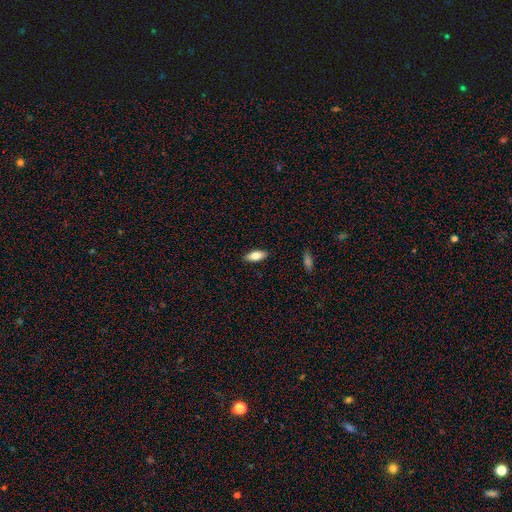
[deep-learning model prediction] A smooth galaxy with no disk features (77%) that is in between round and cigar-shaped (80%). Merging: none (89%).